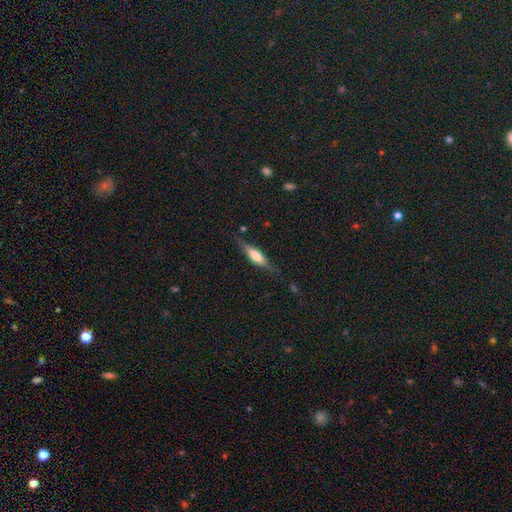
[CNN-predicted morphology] This appears to be a smooth galaxy with no disk features (47%). Merging: none (78%).